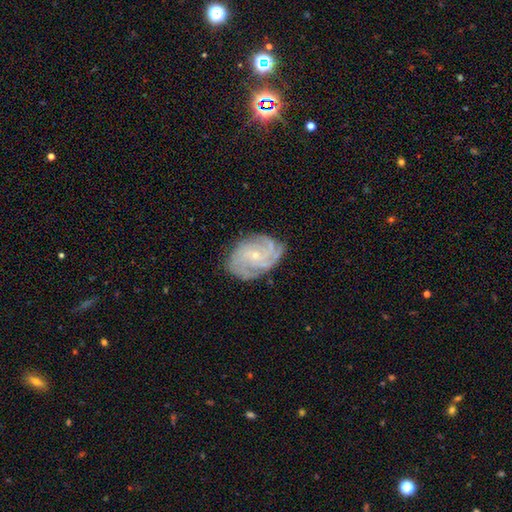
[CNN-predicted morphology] This is clearly a featured or disk galaxy (84%). It is clearly not viewed edge-on (97%). Bar: likely no (70%). Spiral arm pattern: clearly yes (97%). Spiral arm count: marginally 4 (26%). Spiral winding: likely tight (65%). Central bulge: likely small (79%). Merging: likely none (78%).